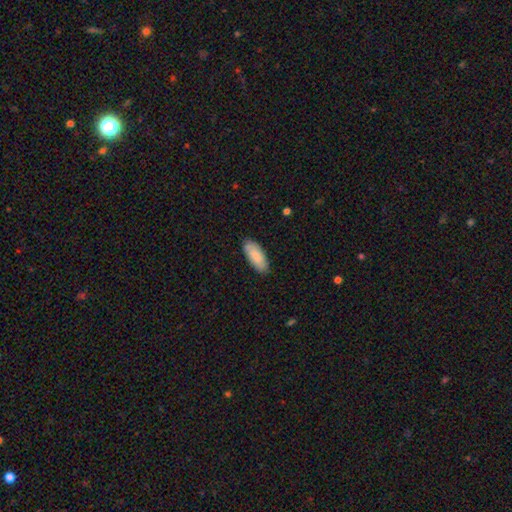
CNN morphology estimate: type=smooth (86%); roundness=in between (84%); merging=none (85%).